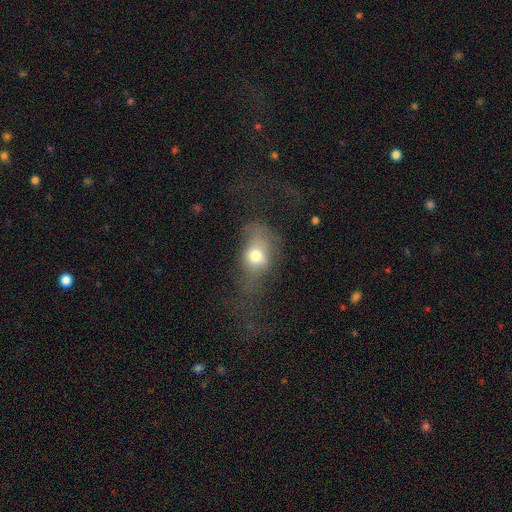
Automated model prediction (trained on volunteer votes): smooth_or_featured: smooth (p=0.64) [alt: featured or disk p=0.23]
how_rounded: in between (p=0.68) [alt: round p=0.29]
merging: major disturbance (p=0.45) [alt: none p=0.28]